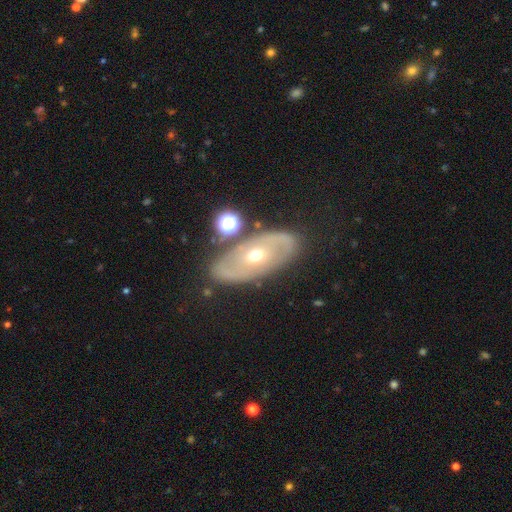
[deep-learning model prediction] Smooth or featured?
  - featured or disk: 68% *
  - smooth: 25%
  - star or artifact: 7%
Edge-on disk?
  - no: 88% *
  - yes: 12%
Bar?
  - no: 82% *
  - weak: 13%
  - strong: 5%
Spiral arms?
  - no: 61% *
  - yes: 39%
Bulge size?
  - moderate: 70% *
  - small: 25%
  - large: 3%
  - dominant: 1%
  - none: 1%
Merging?
  - none: 78% *
  - minor disturbance: 13%
  - major disturbance: 5%
  - merger: 5%